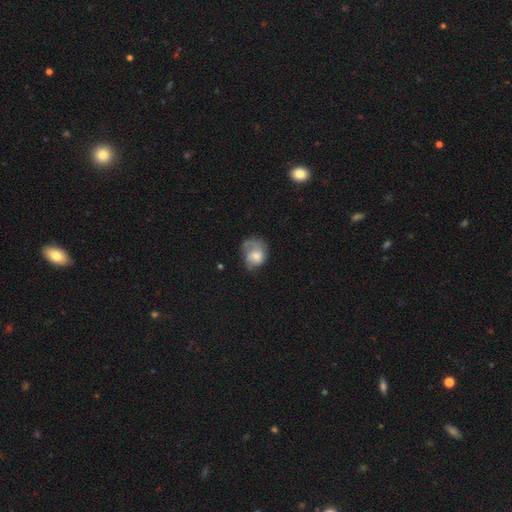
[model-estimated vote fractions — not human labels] Overall: smooth (47%; featured or disk 45%). Merging: none (35%; major disturbance 33%).